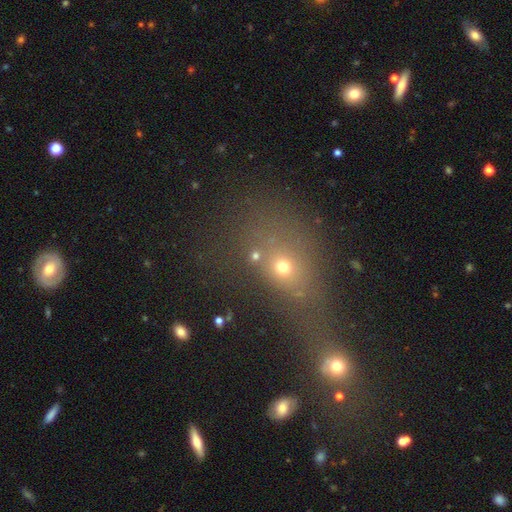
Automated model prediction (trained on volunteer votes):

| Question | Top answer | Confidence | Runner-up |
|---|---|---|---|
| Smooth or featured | smooth | 60% | star or artifact (28%) |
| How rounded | round | 60% | in between (37%) |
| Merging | none | 68% | minor disturbance (12%) |